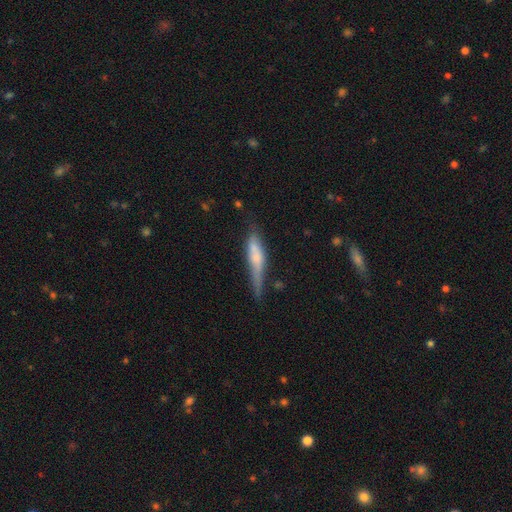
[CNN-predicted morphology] Smooth or featured?
  - smooth: 52% *
  - featured or disk: 41%
  - star or artifact: 7%
How rounded?
  - cigar-shaped: 80% *
  - in between: 18%
  - round: 2%
Merging?
  - none: 48% *
  - minor disturbance: 33%
  - major disturbance: 14%
  - merger: 5%